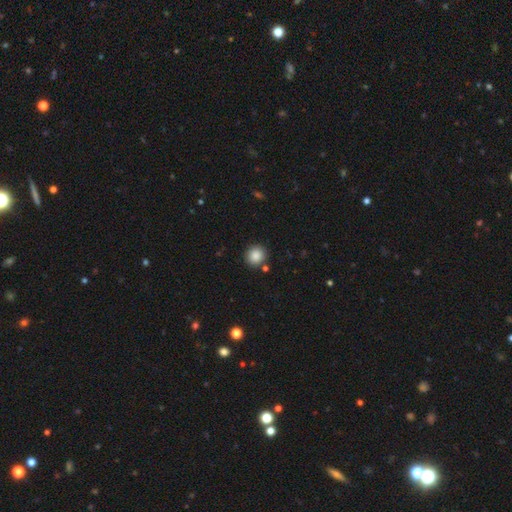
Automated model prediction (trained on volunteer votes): Smooth or featured: smooth — 87% (star or artifact — 10%)
How rounded: round — 91% (in between — 8%)
Merging: none — 87% (minor disturbance — 7%)